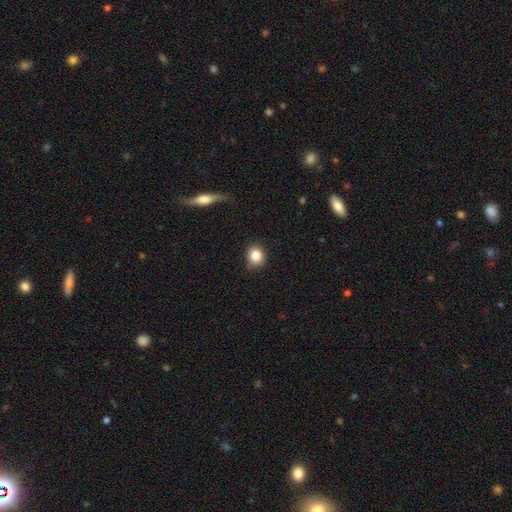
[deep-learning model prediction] Overall: smooth (84%). How rounded: round (74%). Merging: none (83%).